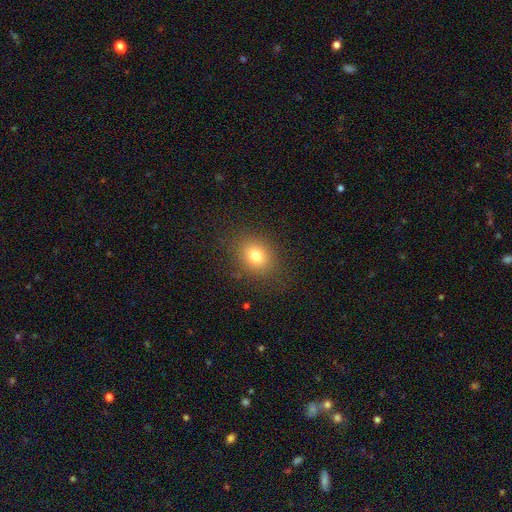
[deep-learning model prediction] Smooth or featured?
  - smooth: 77% *
  - star or artifact: 13%
  - featured or disk: 10%
How rounded?
  - round: 52% *
  - in between: 47%
  - cigar-shaped: 1%
Merging?
  - none: 84% *
  - minor disturbance: 11%
  - major disturbance: 5%
  - merger: 1%